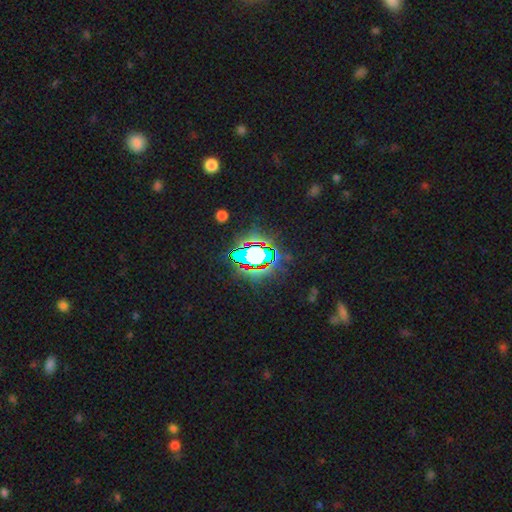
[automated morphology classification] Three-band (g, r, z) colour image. It shows a star or artifact, not a galaxy (71%).